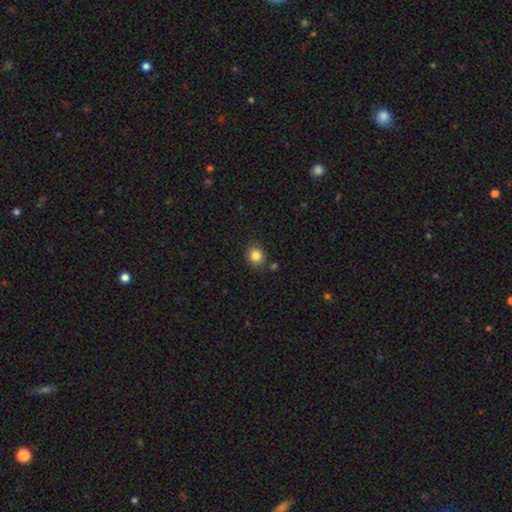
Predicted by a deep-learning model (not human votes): Smooth or featured? smooth (84%)
How rounded? round (77%)
Merging? none (83%)